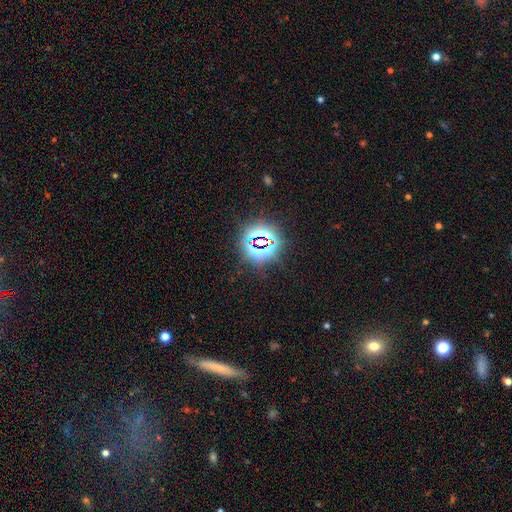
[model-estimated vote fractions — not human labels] A star or artifact, not a galaxy (72%).